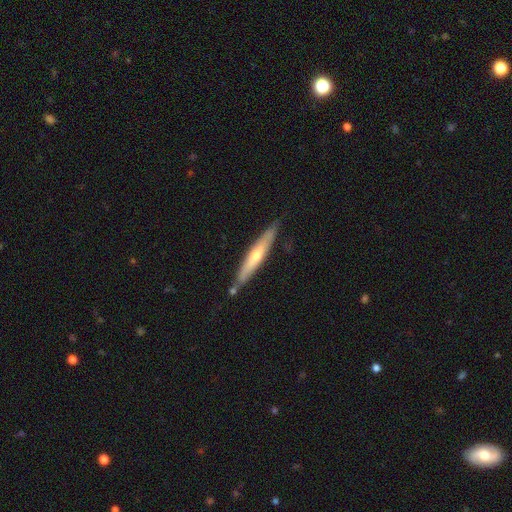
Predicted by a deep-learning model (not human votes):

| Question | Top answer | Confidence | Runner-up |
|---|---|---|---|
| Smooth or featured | featured or disk | 55% | smooth (39%) |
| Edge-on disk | yes | 87% | no (13%) |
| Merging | none | 81% | minor disturbance (13%) |